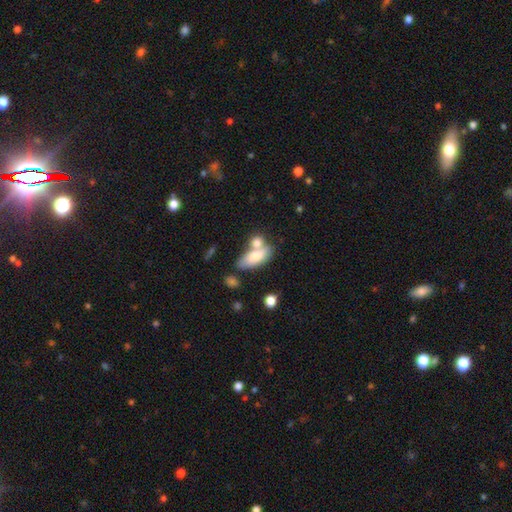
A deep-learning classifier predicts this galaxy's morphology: Smooth or featured? Predicted: smooth (p=0.75). How rounded? Predicted: in between (p=0.78). Merging? Predicted: none (p=0.43).